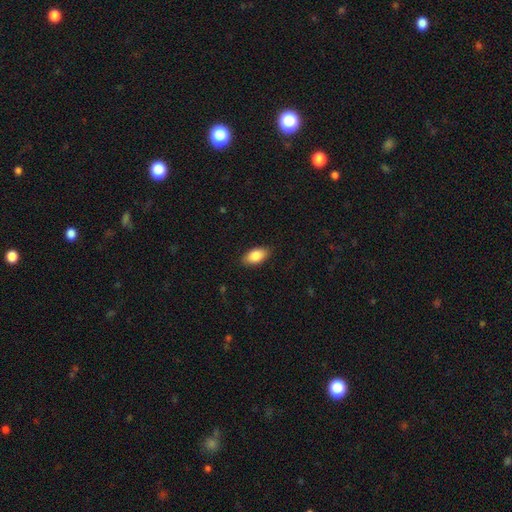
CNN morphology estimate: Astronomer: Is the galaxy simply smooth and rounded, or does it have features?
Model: smooth — 85%.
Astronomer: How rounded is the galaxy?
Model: in between — 93%.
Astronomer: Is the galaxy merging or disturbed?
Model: none — 87%.